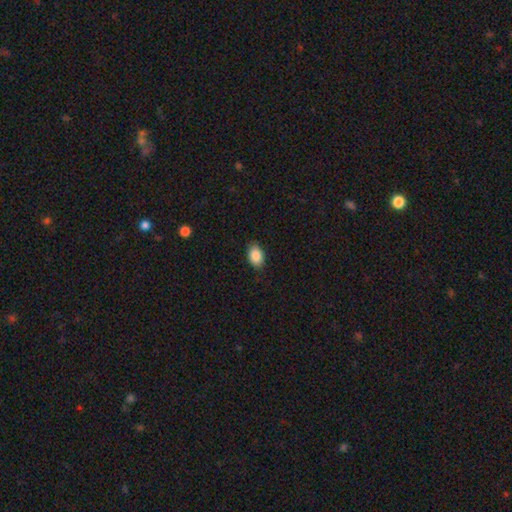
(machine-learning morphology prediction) Smooth or featured? smooth (87%)
How rounded? in between (89%)
Merging? none (87%)